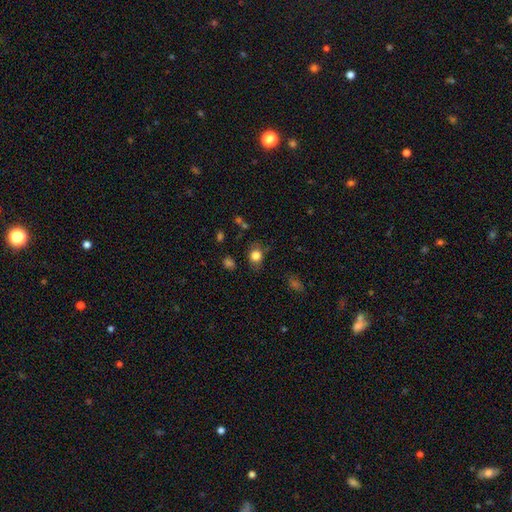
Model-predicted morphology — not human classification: smooth-or-featured: smooth: 81% | star or artifact: 11% | featured or disk: 7%
  how-rounded: round: 62% | in between: 37% | cigar-shaped: 1%
  merging: none: 74% | minor disturbance: 18% | major disturbance: 5% | merger: 3%